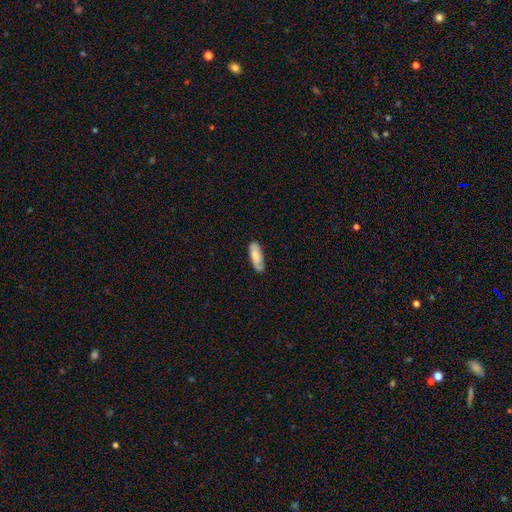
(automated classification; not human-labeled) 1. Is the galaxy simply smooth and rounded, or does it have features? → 70% smooth, 24% featured or disk, 6% star or artifact.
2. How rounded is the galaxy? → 70% in between, 28% cigar-shaped, 2% round.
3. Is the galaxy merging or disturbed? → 71% none, 22% minor disturbance, 5% major disturbance, 2% merger.